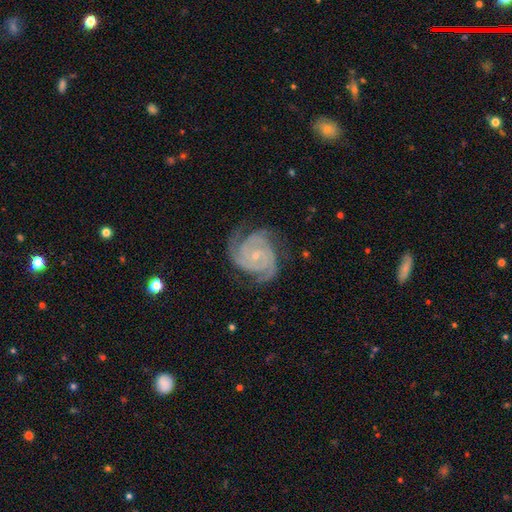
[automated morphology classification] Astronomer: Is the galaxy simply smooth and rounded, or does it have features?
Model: featured or disk — 93%.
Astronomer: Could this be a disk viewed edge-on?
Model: no — 98%.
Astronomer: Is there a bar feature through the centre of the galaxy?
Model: no — 68%.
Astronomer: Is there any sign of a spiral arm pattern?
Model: yes — 99%.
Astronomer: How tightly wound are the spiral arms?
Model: tight — 73%.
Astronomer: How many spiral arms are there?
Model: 3 — 50%.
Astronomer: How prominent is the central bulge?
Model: small — 76%.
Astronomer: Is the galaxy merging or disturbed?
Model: none — 75%.